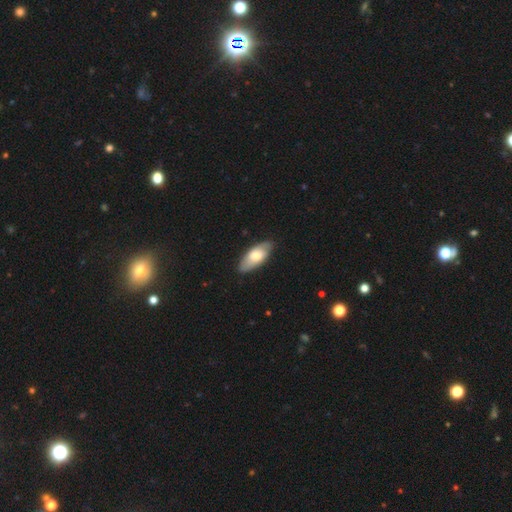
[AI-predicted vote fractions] smooth-or-featured: smooth: 67% | featured or disk: 28% | star or artifact: 5%
  how-rounded: in between: 85% | cigar-shaped: 13% | round: 2%
  merging: none: 81% | minor disturbance: 16% | major disturbance: 3% | merger: 1%